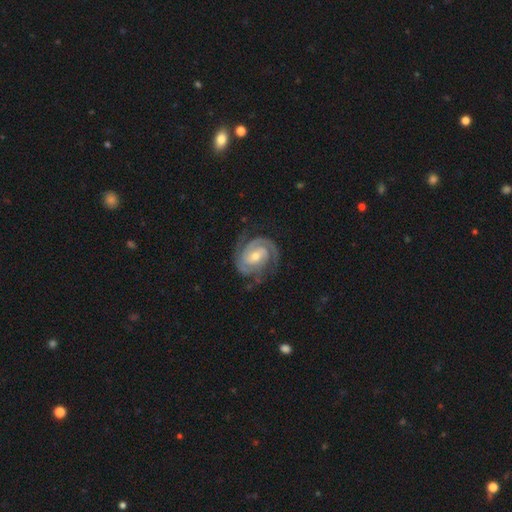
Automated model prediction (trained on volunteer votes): Smooth or featured: featured or disk — 91% (smooth — 5%)
Edge-on disk: no — 98% (yes — 2%)
Bar: no — 44% (weak — 40%)
Spiral arms: yes — 98% (no — 2%)
Spiral winding: tight — 67% (medium — 28%)
Spiral arm count: 2 — 70% (3 — 14%)
Bulge size: moderate — 54% (small — 41%)
Merging: none — 74% (minor disturbance — 17%)